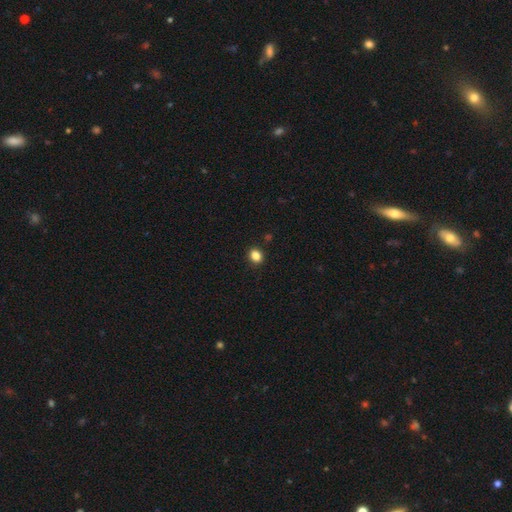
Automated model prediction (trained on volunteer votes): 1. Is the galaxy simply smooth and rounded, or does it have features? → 85% smooth, 11% star or artifact, 4% featured or disk.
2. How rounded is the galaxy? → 62% round, 37% in between, 1% cigar-shaped.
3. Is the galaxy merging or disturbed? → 90% none, 6% minor disturbance, 2% major disturbance, 1% merger.